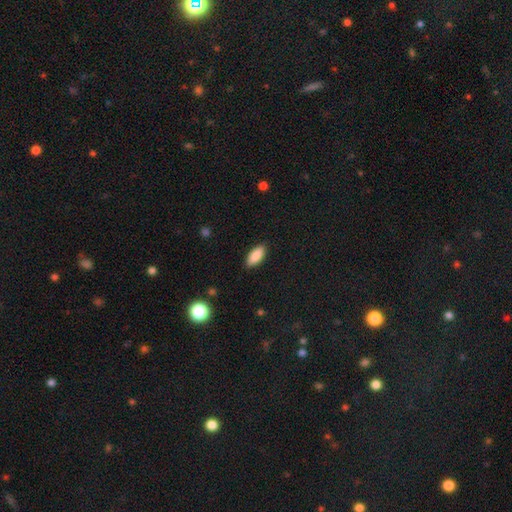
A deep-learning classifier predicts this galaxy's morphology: smooth-or-featured: smooth: 88% | star or artifact: 6% | featured or disk: 5%
  how-rounded: in between: 85% | cigar-shaped: 13% | round: 2%
  merging: none: 87% | minor disturbance: 10% | major disturbance: 2% | merger: 1%